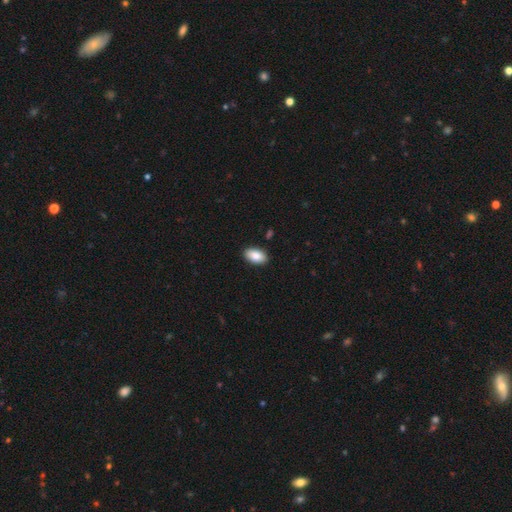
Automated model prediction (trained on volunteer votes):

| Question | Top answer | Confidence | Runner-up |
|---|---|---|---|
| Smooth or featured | smooth | 87% | star or artifact (6%) |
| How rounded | in between | 94% | round (4%) |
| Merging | none | 90% | minor disturbance (8%) |